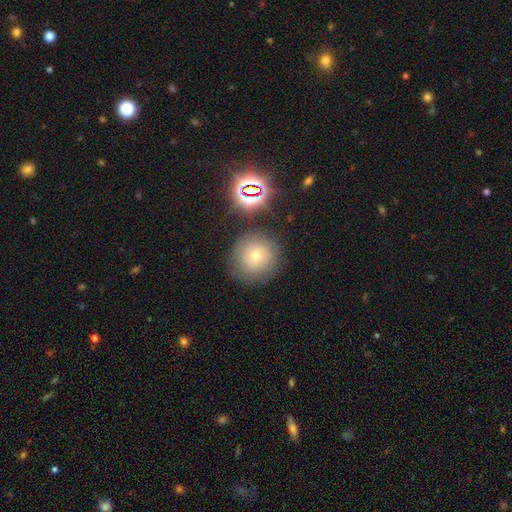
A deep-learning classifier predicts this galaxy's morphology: This is possibly a smooth galaxy (47%). Merging: clearly none (82%).